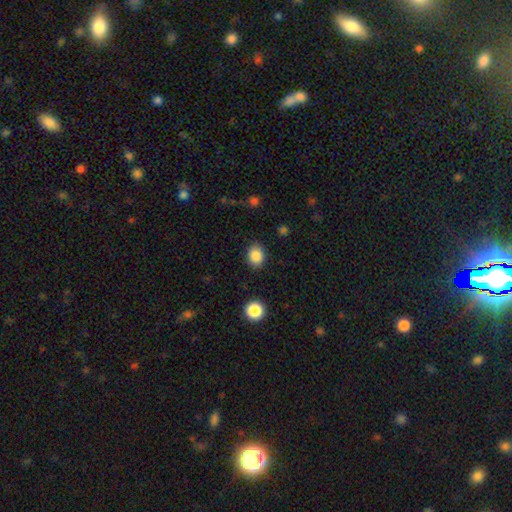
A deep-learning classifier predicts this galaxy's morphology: smooth 86%, star or artifact 10%, featured or disk 4%. Down the decision tree: how rounded — round (57%); merging — none (86%).